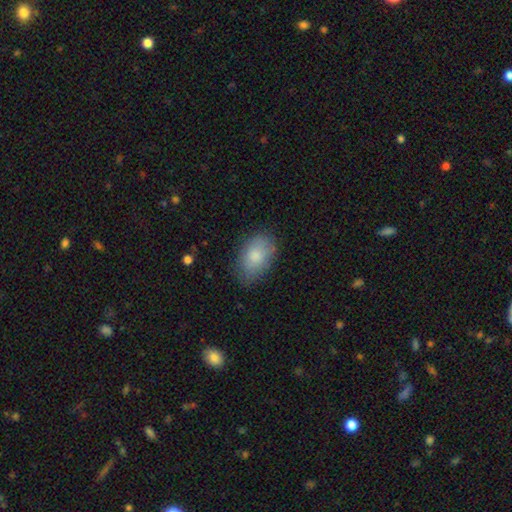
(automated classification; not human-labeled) A smooth galaxy with no disk features (82%) that is in between round and cigar-shaped (90%).

Vote fractions:
- Smooth or featured? smooth: 82% / featured or disk: 11% / star or artifact: 7%
- How rounded? in between: 90% / round: 8% / cigar-shaped: 1%
- Merging? none: 75% / minor disturbance: 19% / major disturbance: 4% / merger: 1%